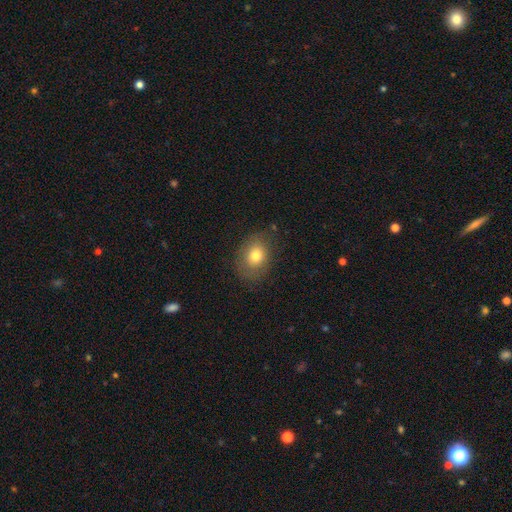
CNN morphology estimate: smooth 76%, featured or disk 13%, star or artifact 10%. Down the decision tree: how rounded — in between (56%); merging — none (78%).